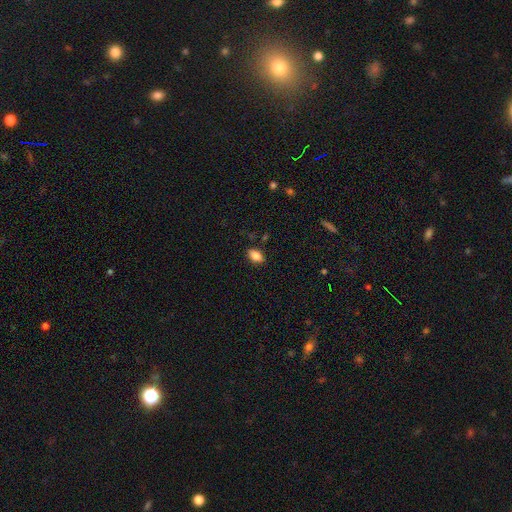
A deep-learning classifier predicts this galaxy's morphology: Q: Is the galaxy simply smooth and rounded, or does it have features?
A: smooth — 85%.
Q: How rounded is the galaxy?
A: in between — 88%.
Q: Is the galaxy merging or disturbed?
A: none — 85%.